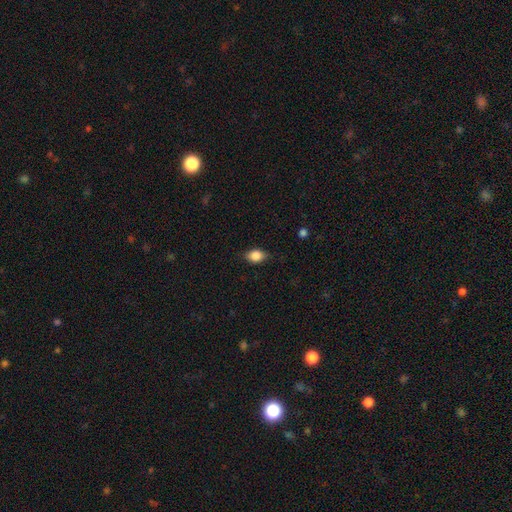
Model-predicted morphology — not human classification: type=smooth (84%); roundness=in between (76%); merging=none (80%).